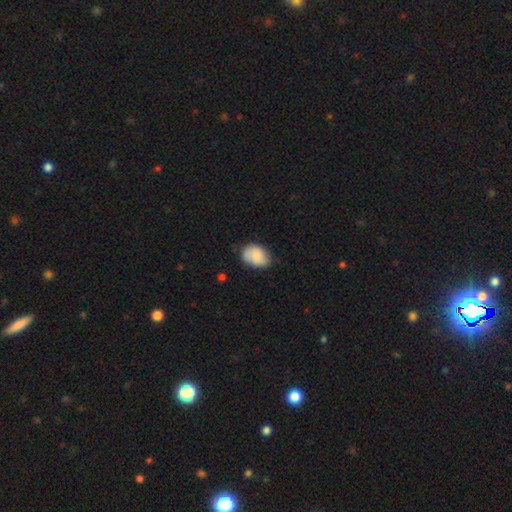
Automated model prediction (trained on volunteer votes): This appears to be a smooth galaxy with no disk features (84%) that is in between round and cigar-shaped (77%). Merging: none (68%).